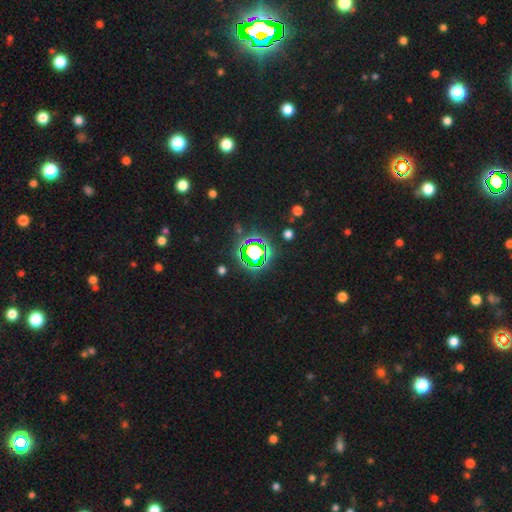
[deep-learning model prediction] Smooth or featured?
  - star or artifact: 80% *
  - smooth: 13%
  - featured or disk: 7%